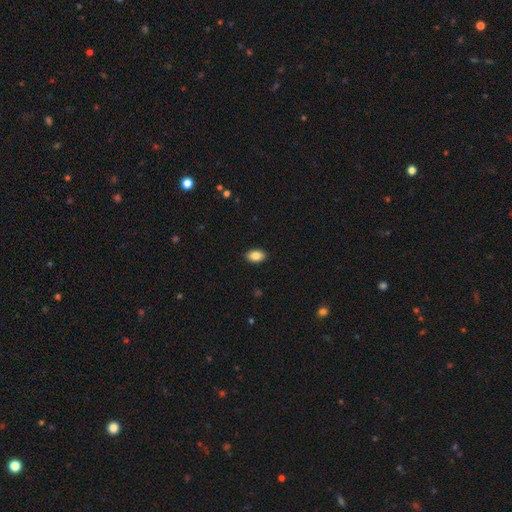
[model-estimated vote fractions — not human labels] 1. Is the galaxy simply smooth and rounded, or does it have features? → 86% smooth, 8% star or artifact, 6% featured or disk.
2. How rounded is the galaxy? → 90% in between, 9% round, 1% cigar-shaped.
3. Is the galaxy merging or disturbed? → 90% none, 7% minor disturbance, 2% major disturbance, 1% merger.